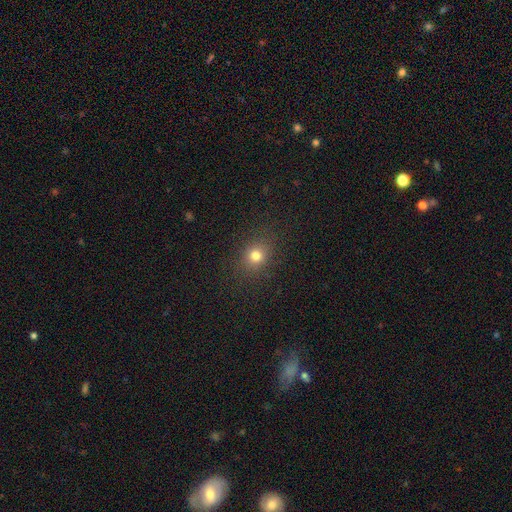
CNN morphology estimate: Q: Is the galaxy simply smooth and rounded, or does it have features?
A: smooth — 76%.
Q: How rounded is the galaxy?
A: round — 70%.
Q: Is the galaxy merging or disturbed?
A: none — 87%.